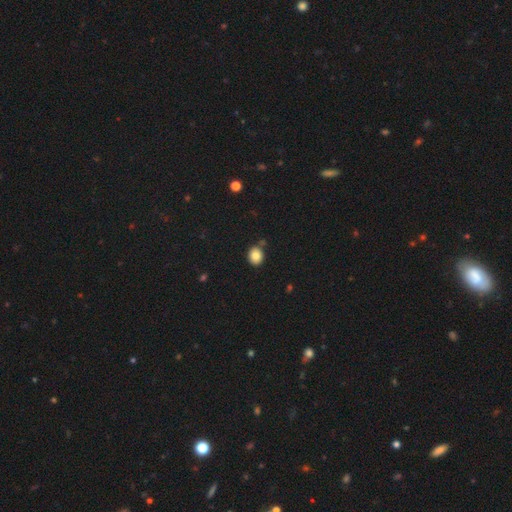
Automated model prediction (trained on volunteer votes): Smooth or featured?
  - smooth: 83% *
  - star or artifact: 10%
  - featured or disk: 7%
How rounded?
  - round: 61% *
  - in between: 38%
  - cigar-shaped: 1%
Merging?
  - none: 79% *
  - minor disturbance: 12%
  - merger: 7%
  - major disturbance: 3%